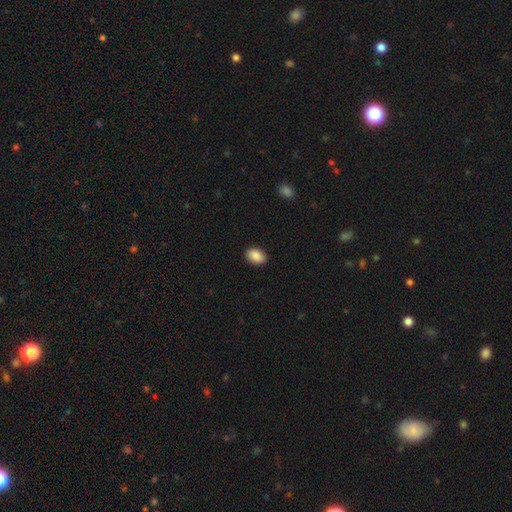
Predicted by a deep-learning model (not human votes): Smooth or featured: smooth — 89% (star or artifact — 7%)
How rounded: in between — 82% (round — 17%)
Merging: none — 90% (minor disturbance — 8%)